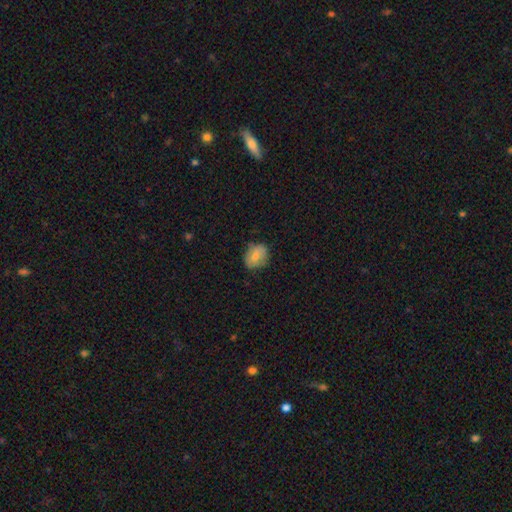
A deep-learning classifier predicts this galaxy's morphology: This appears to be a smooth galaxy with no disk features (76%) that is in between round and cigar-shaped (55%). Merging: none (72%).